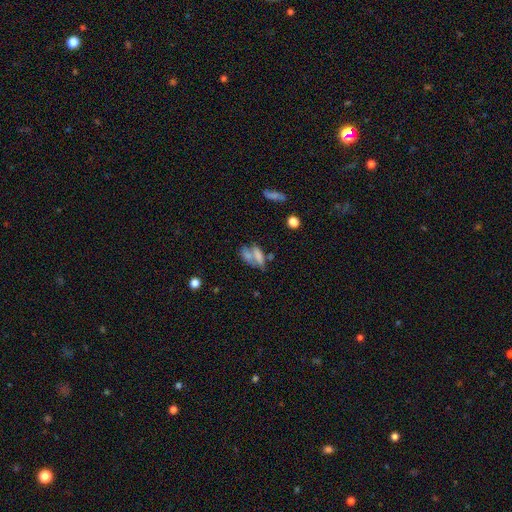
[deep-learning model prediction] Smooth or featured? smooth (62%)
How rounded? in between (74%)
Merging? merger (50%)